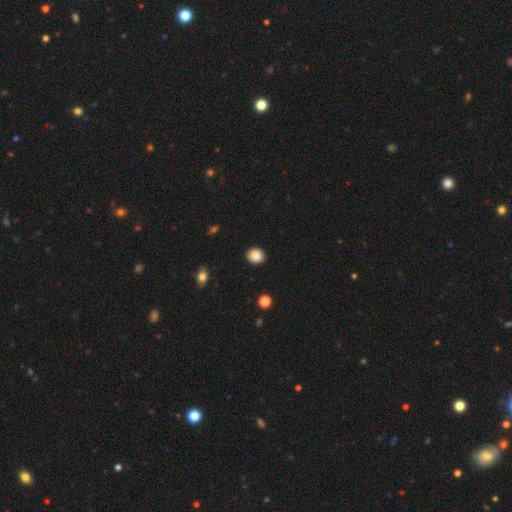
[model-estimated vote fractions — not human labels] Smooth or featured?
  - smooth: 88% *
  - star or artifact: 9%
  - featured or disk: 3%
How rounded?
  - round: 76% *
  - in between: 23%
  - cigar-shaped: 1%
Merging?
  - none: 91% *
  - minor disturbance: 6%
  - major disturbance: 2%
  - merger: 1%